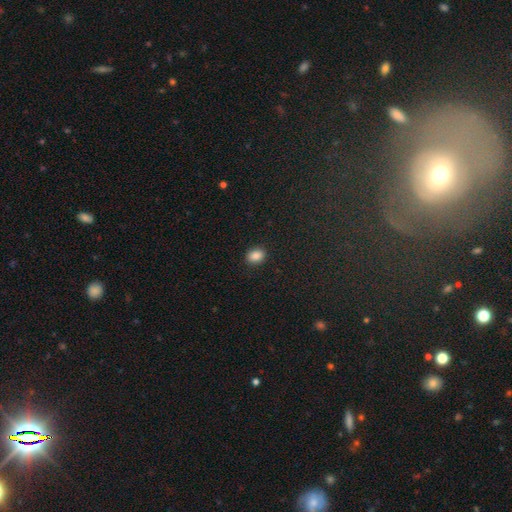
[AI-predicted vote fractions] A smooth galaxy with no disk features (87%) that is in between round and cigar-shaped (67%). Merging: none (89%).